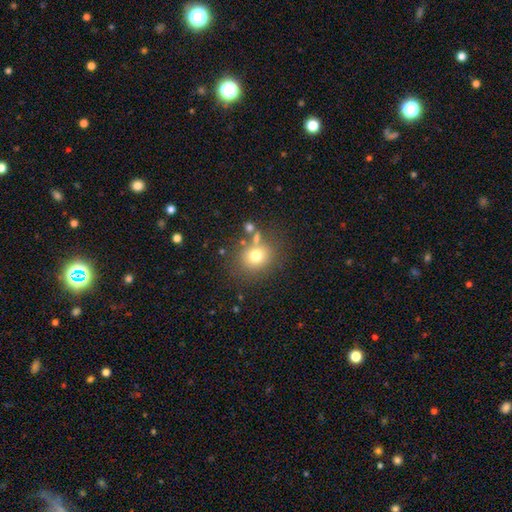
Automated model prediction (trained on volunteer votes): A smooth galaxy with no disk features (73%) that is round (73%). Merging: none (69%).